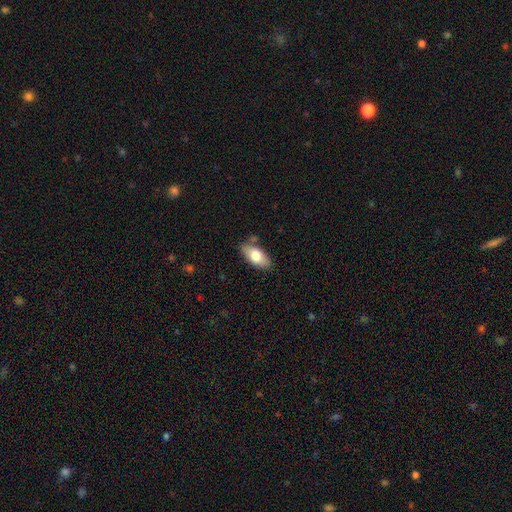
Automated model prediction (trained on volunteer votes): Morphology: type=smooth (74%); roundness=in between (88%); merging=none (77%).